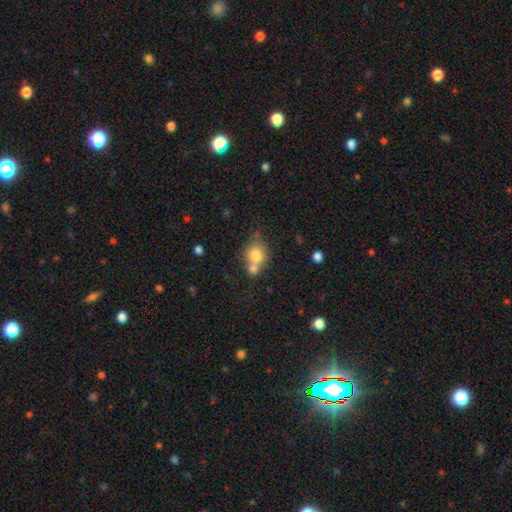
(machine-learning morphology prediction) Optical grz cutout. It shows a smooth galaxy with no disk features (76%) that is round (72%). Merging: merger (45%).